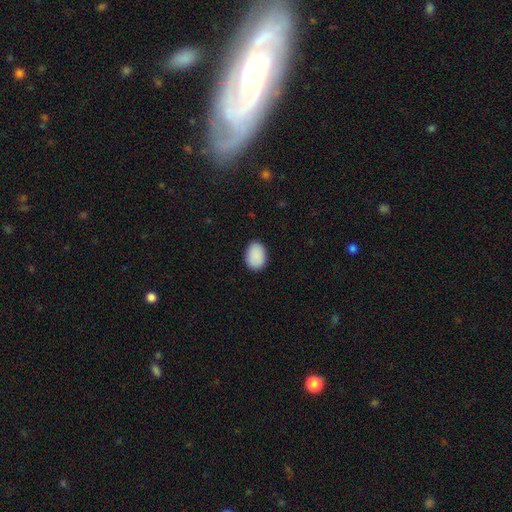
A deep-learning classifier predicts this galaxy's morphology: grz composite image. It shows a smooth galaxy with no disk features (90%) that is in between round and cigar-shaped (75%). Merging: none (88%).